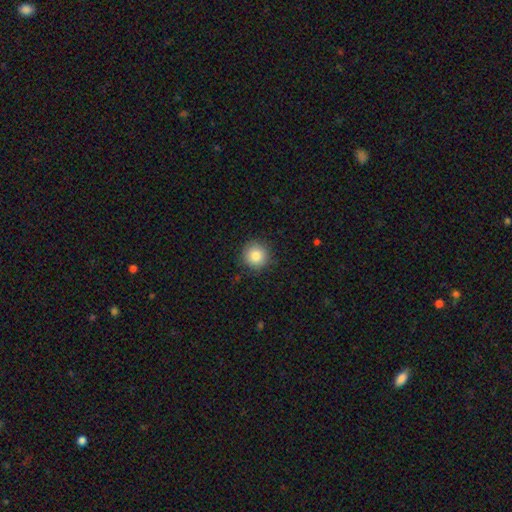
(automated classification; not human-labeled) This is clearly a smooth galaxy (84%). How rounded: clearly round (95%). Merging: clearly none (88%).